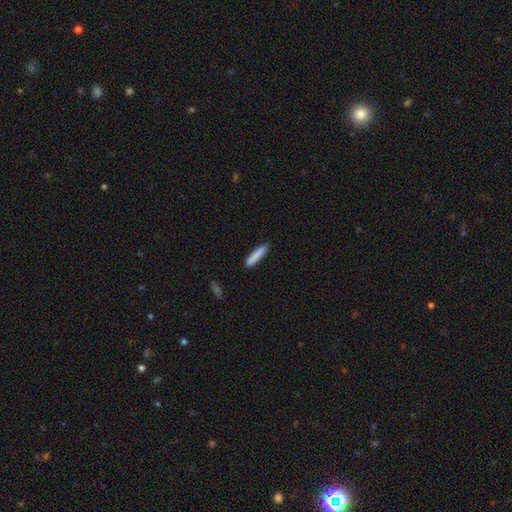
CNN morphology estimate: Smooth or featured? smooth (85%)
How rounded? cigar-shaped (90%)
Merging? none (88%)